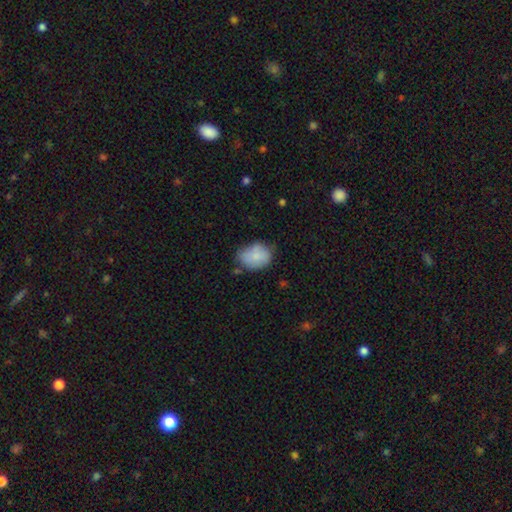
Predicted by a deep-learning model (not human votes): A smooth galaxy with no disk features (79%) that is in between round and cigar-shaped (62%).

Vote fractions:
- Smooth or featured? smooth: 79% / featured or disk: 14% / star or artifact: 8%
- How rounded? in between: 62% / round: 37% / cigar-shaped: 1%
- Merging? none: 50% / minor disturbance: 33% / major disturbance: 10% / merger: 7%